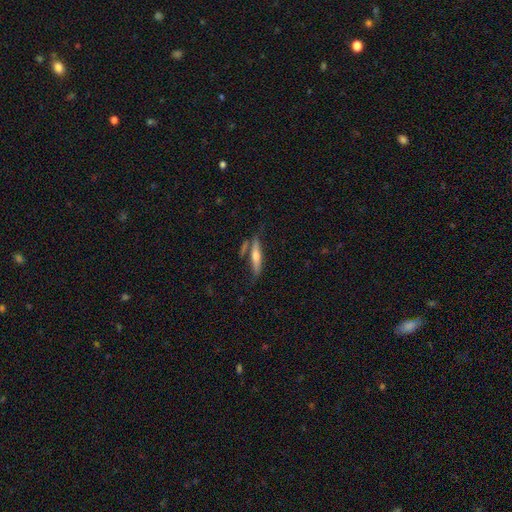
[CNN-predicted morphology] Smooth or featured: featured or disk — 49% (smooth — 45%)
Merging: none — 65% (minor disturbance — 17%)